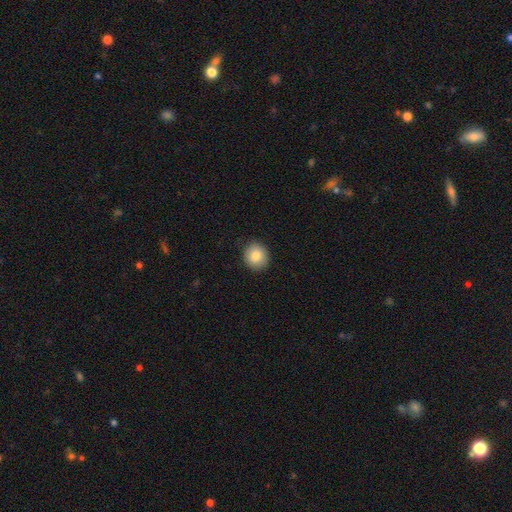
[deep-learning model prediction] This appears to be a smooth galaxy with no disk features (84%) that is round (84%). Merging: none (90%).